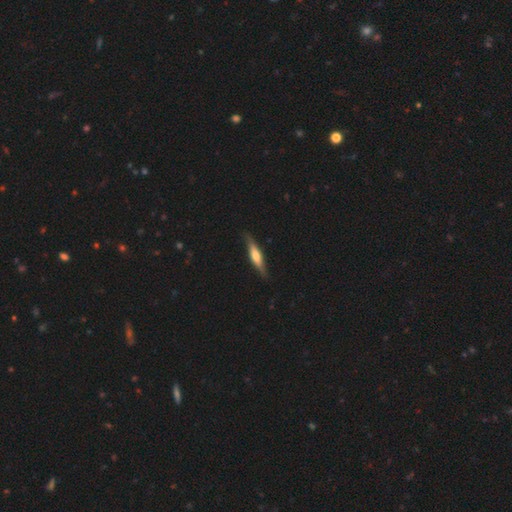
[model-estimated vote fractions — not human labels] Smooth or featured? Predicted: featured or disk (p=0.51). Edge-on disk? Predicted: yes (p=0.91). Merging? Predicted: none (p=0.83).